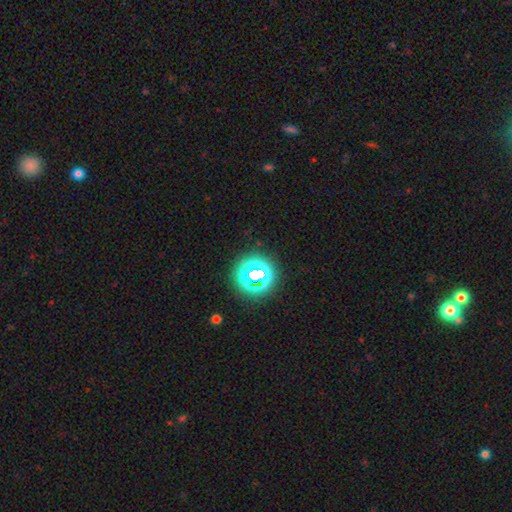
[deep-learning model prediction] Smooth or featured? Predicted: star or artifact (p=0.72).